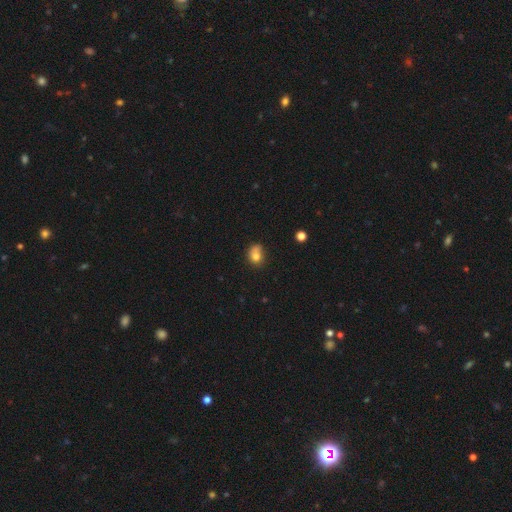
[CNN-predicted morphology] type=smooth (75%); roundness=round (55%); merging=none (42%).